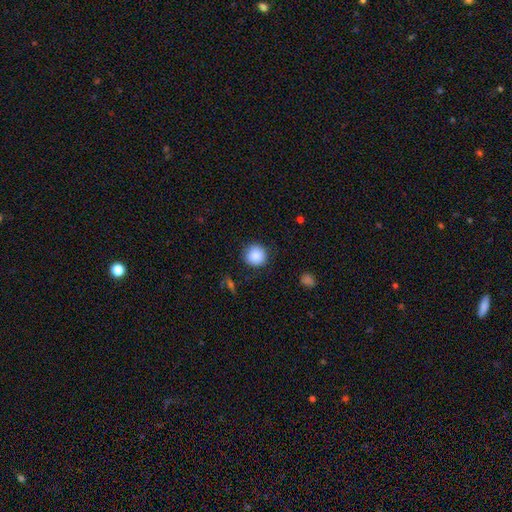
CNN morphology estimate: Q: Smooth or featured?
A: smooth (87%); runner-up: star or artifact (9%)
Q: How rounded?
A: round (93%); runner-up: in between (6%)
Q: Merging?
A: none (87%); runner-up: minor disturbance (9%)